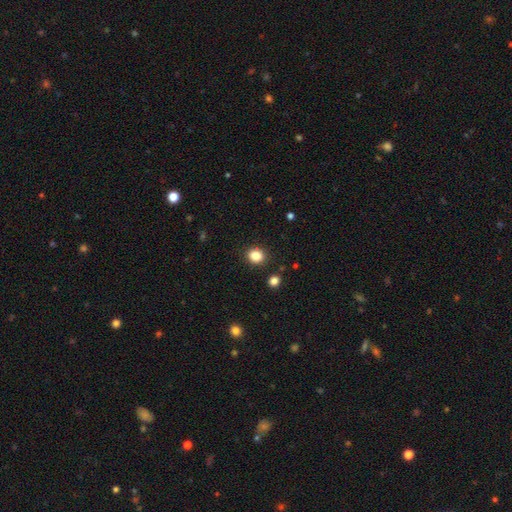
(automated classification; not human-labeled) Smooth or featured?
  - smooth: 85% *
  - star or artifact: 11%
  - featured or disk: 4%
How rounded?
  - round: 70% *
  - in between: 30%
  - cigar-shaped: 1%
Merging?
  - none: 88% *
  - minor disturbance: 7%
  - major disturbance: 2%
  - merger: 2%